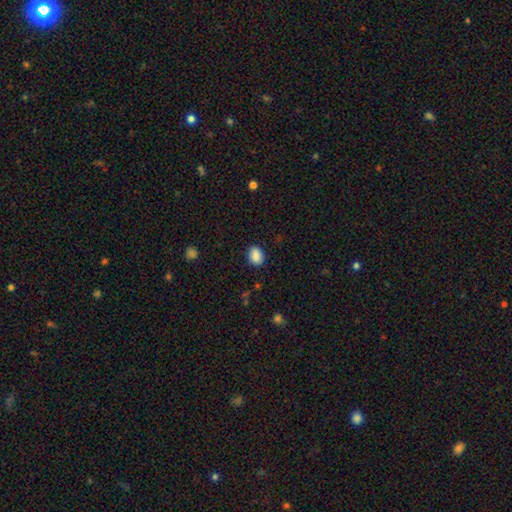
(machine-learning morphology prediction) This is clearly a smooth galaxy (88%). How rounded: likely in between (64%). Merging: clearly none (84%).